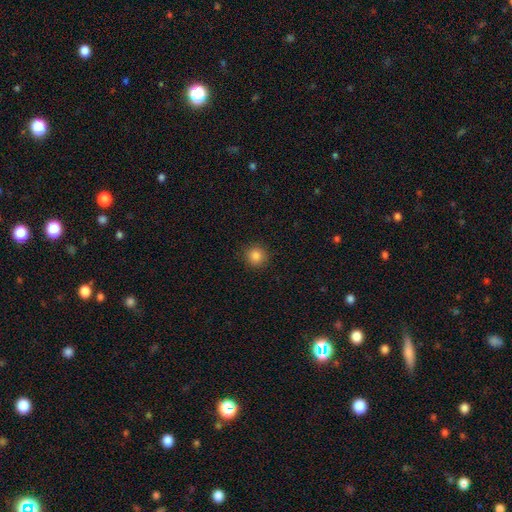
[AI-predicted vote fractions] Overall: smooth (84%). How rounded: round (94%). Merging: none (92%).